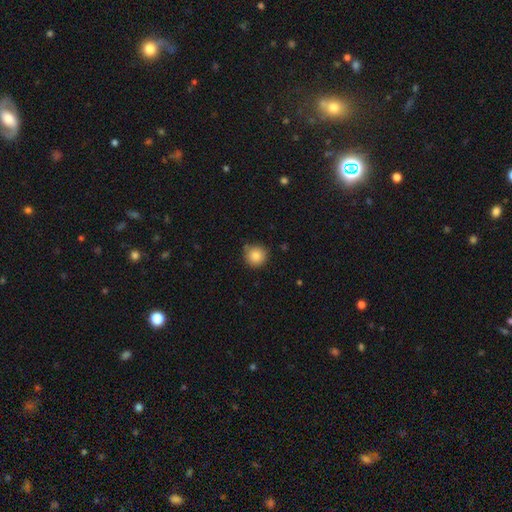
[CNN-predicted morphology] type=smooth (85%); roundness=round (94%); merging=none (83%).